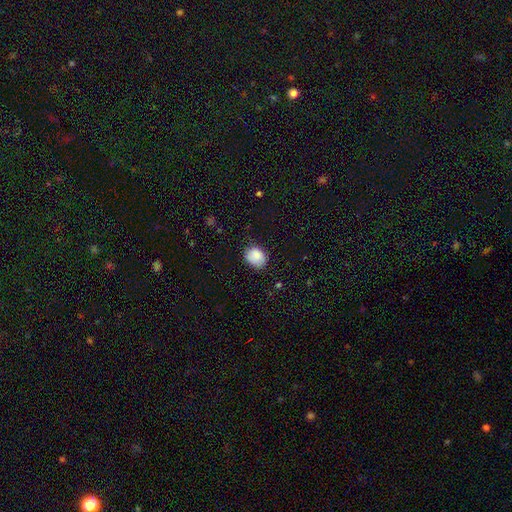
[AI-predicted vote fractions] Smooth or featured? Predicted: smooth (p=0.84). How rounded? Predicted: in between (p=0.51). Merging? Predicted: none (p=0.67).